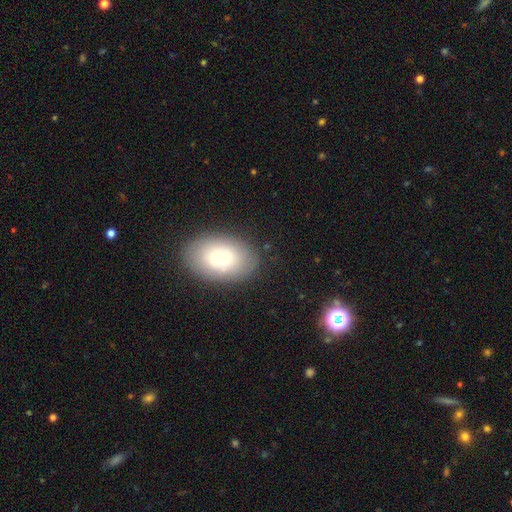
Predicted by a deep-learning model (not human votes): This appears to be a smooth galaxy with no disk features (73%) that is in between round and cigar-shaped (87%). Merging: none (88%).